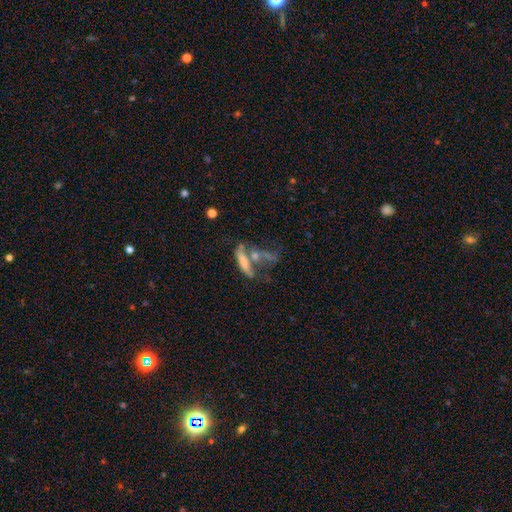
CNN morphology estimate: Smooth or featured? Predicted: featured or disk (p=0.47). Merging? Predicted: merger (p=0.40).